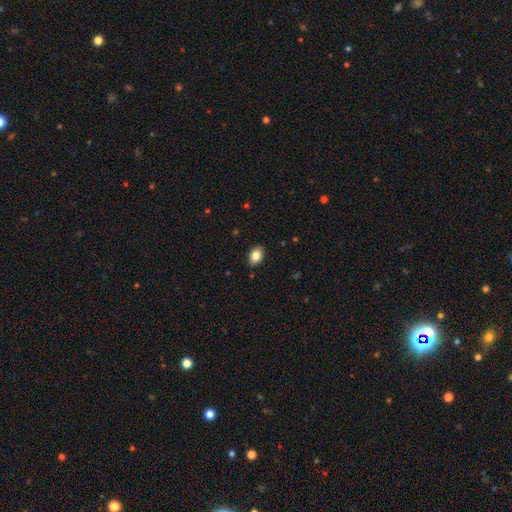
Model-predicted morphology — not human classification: This is clearly a smooth galaxy (83%). How rounded: clearly in between (85%). Merging: clearly none (88%).